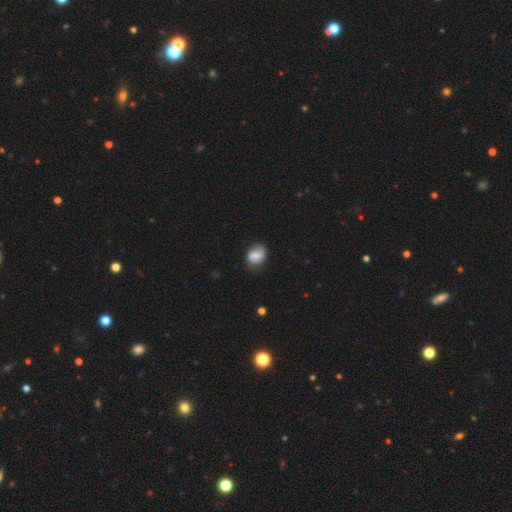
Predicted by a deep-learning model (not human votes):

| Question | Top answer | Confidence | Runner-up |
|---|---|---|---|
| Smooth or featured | smooth | 64% | featured or disk (28%) |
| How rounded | in between | 55% | round (44%) |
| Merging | none | 69% | minor disturbance (23%) |